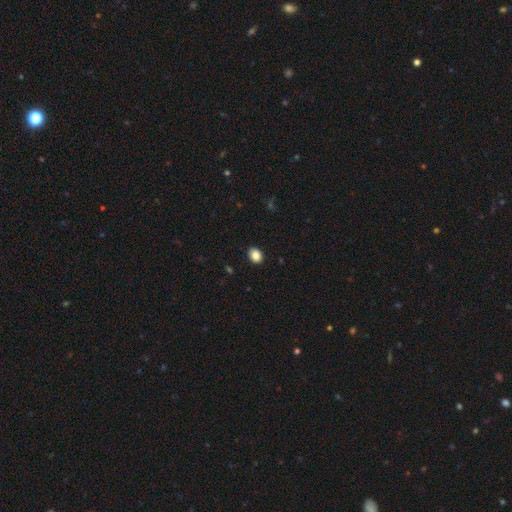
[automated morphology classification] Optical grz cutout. It shows a smooth galaxy with no disk features (85%) that is in between round and cigar-shaped (53%). Merging: none (90%).